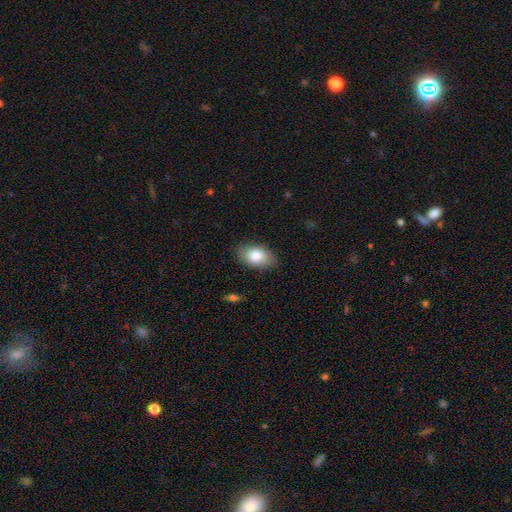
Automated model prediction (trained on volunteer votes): Smooth or featured? Predicted: smooth (p=0.81). How rounded? Predicted: in between (p=0.90). Merging? Predicted: none (p=0.84).